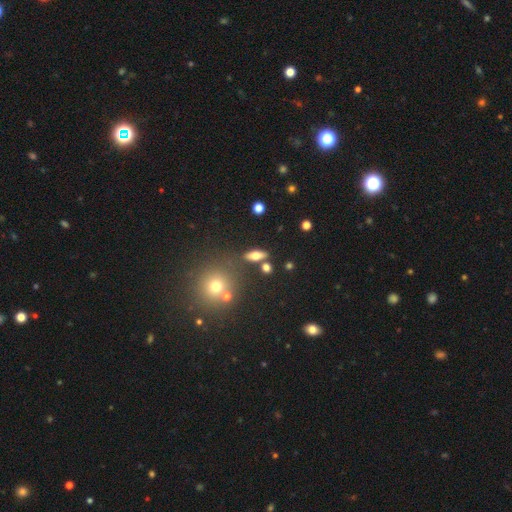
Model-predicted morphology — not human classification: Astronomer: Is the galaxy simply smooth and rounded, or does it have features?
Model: smooth — 62%.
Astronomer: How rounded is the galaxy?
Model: in between — 69%.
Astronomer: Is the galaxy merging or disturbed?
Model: none — 76%.